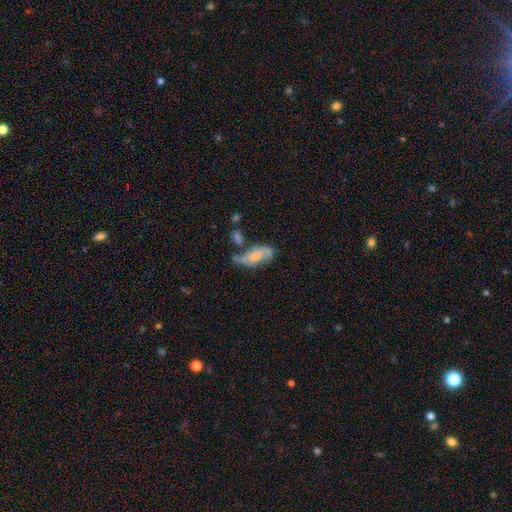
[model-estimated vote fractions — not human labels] Morphology: type=featured or disk (48%); merging=none (37%).